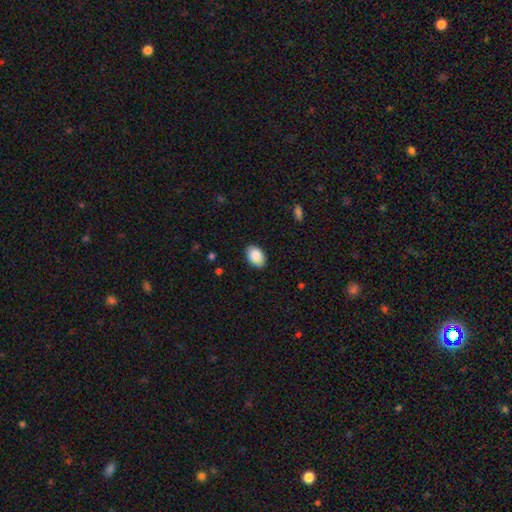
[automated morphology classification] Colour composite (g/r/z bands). It shows a smooth galaxy with no disk features (88%) that is in between round and cigar-shaped (87%). Merging: none (85%).